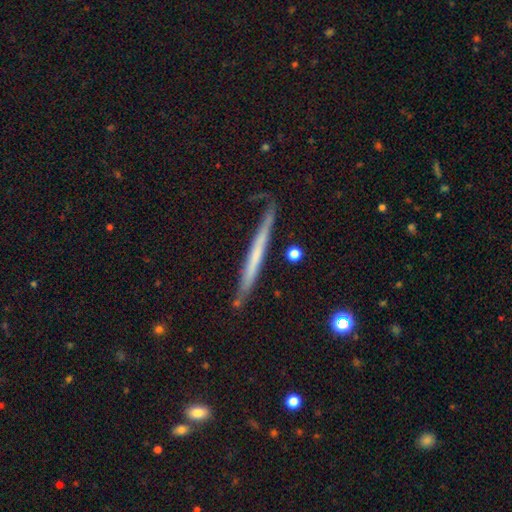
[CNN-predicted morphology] The model was most divided on "smooth or featured": featured or disk: 51%, smooth: 43%, star or artifact: 6%. More confident: edge-on disk — yes (95%); merging — none (81%).